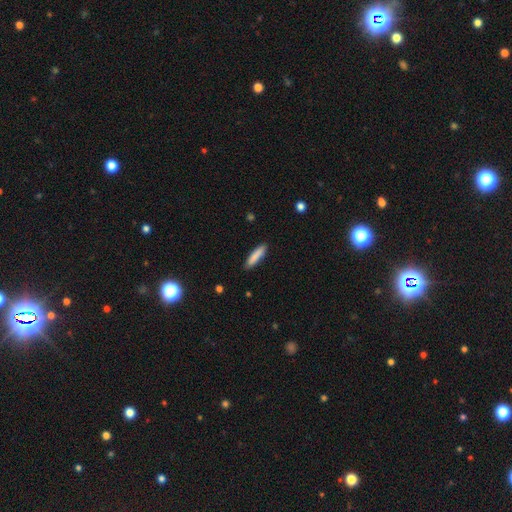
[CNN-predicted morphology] The model was most divided on "how rounded": cigar-shaped: 79%, in between: 20%, round: 1%. More confident: merging — none (88%); smooth or featured — smooth (86%).